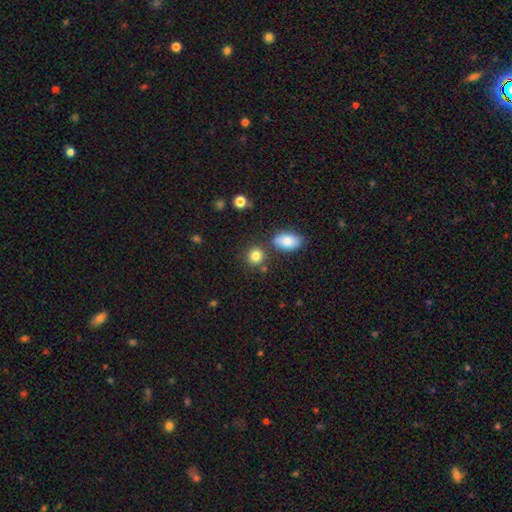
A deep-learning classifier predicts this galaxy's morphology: smooth 83%, star or artifact 10%, featured or disk 6%. Down the decision tree: how rounded — round (81%); merging — none (77%).